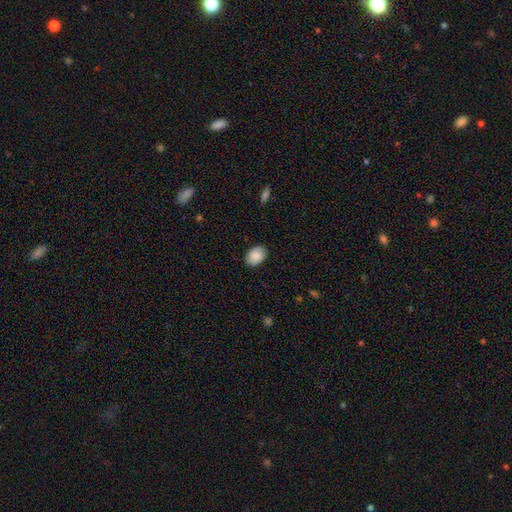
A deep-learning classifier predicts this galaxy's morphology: smooth-or-featured: smooth: 88% | star or artifact: 7% | featured or disk: 6%
  how-rounded: in between: 76% | round: 23% | cigar-shaped: 1%
  merging: none: 86% | minor disturbance: 11% | major disturbance: 2% | merger: 1%